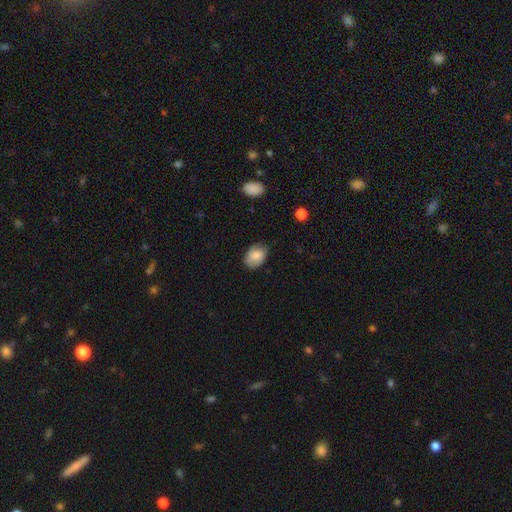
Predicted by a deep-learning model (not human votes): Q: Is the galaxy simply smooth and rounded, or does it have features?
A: smooth — 79%.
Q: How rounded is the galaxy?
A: in between — 79%.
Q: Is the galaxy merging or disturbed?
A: none — 69%.